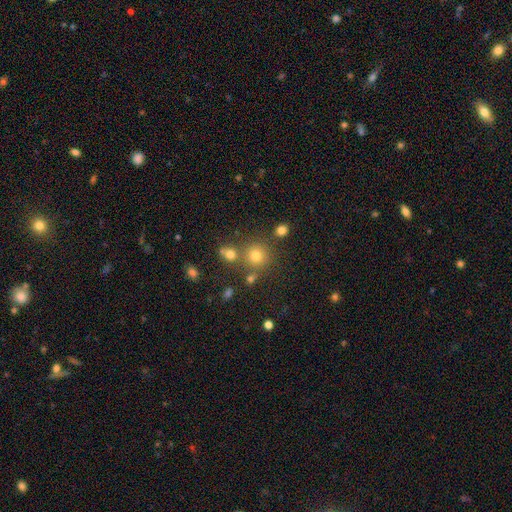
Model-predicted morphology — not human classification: Smooth or featured?
  - smooth: 70% *
  - star or artifact: 21%
  - featured or disk: 8%
How rounded?
  - round: 91% *
  - in between: 8%
  - cigar-shaped: 1%
Merging?
  - none: 74% *
  - merger: 15%
  - minor disturbance: 8%
  - major disturbance: 3%